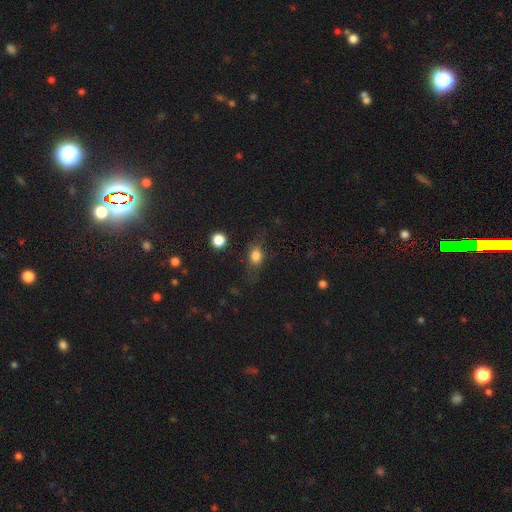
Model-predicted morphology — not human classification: Q: Smooth or featured?
A: smooth (74%); runner-up: featured or disk (14%)
Q: How rounded?
A: in between (57%); runner-up: round (32%)
Q: Merging?
A: none (68%); runner-up: minor disturbance (20%)